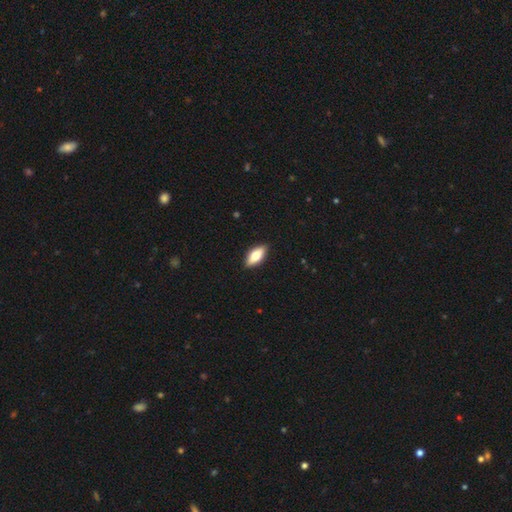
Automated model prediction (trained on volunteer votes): This is likely a smooth galaxy (71%). How rounded: clearly in between (81%). Merging: clearly none (90%).